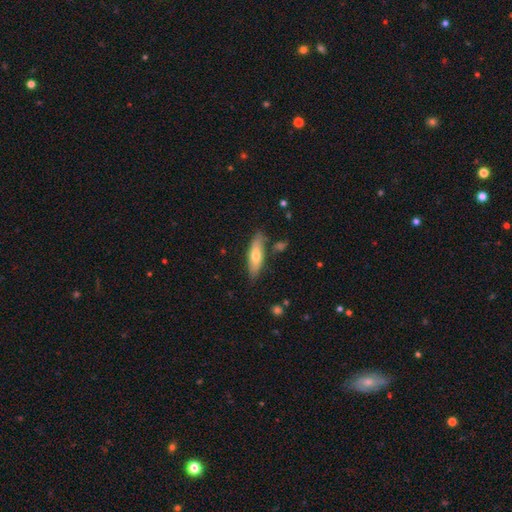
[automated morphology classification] smooth-or-featured: smooth: 62% | featured or disk: 32% | star or artifact: 6%
  how-rounded: in between: 50% | cigar-shaped: 48% | round: 2%
  merging: none: 79% | minor disturbance: 15% | merger: 4% | major disturbance: 3%